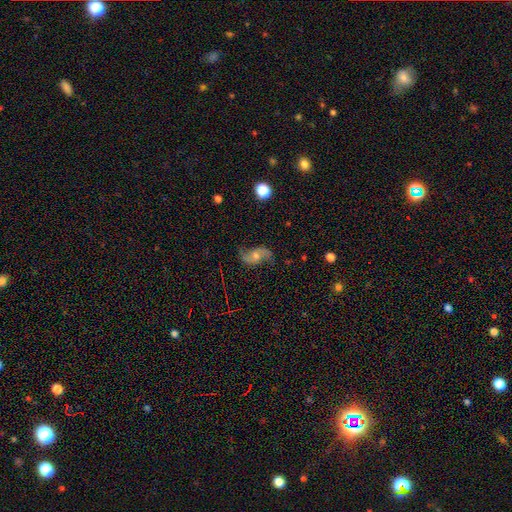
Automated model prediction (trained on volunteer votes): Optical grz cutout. It shows a featured or disk galaxy (74%) with no bar (58%), 2 (92%) loose (77%) spiral arms (93%) and a moderate central bulge (48%). Merging: none (72%).